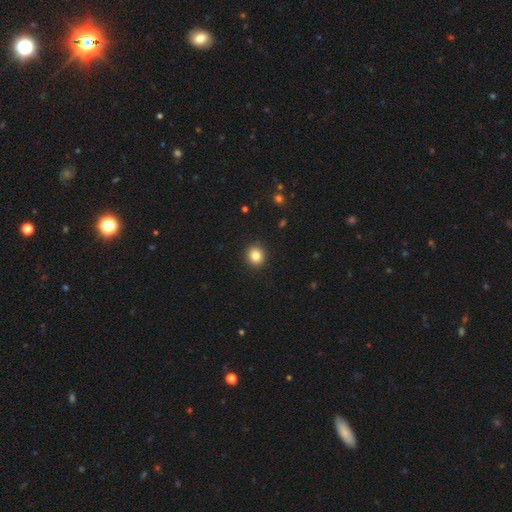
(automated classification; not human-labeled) Q: Smooth or featured?
A: smooth (84%); runner-up: star or artifact (10%)
Q: How rounded?
A: round (85%); runner-up: in between (14%)
Q: Merging?
A: none (92%); runner-up: minor disturbance (6%)